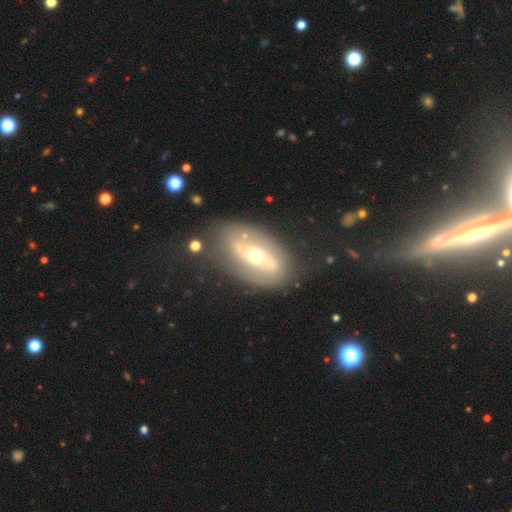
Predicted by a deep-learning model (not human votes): The model was most divided on "spiral arms": no: 56%, yes: 44%. Remaining: edge-on disk — no (90%); merging — none (71%); smooth or featured — featured or disk (68%); bulge size — moderate (66%); bar — no (47%).